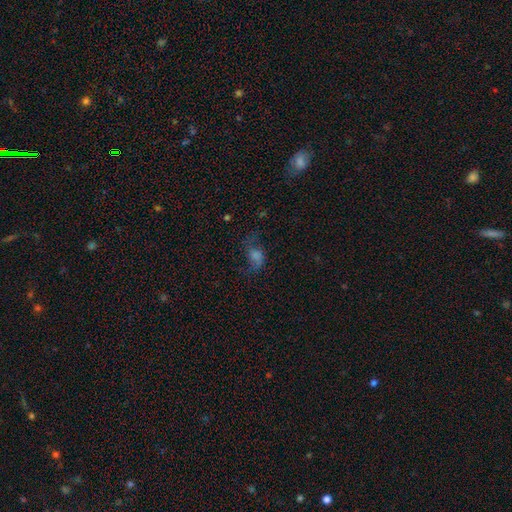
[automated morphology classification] Smooth or featured?
  - featured or disk: 38% * (tied)
  - smooth: 38% * (tied)
  - star or artifact: 24%
Merging?
  - none: 51% *
  - major disturbance: 25%
  - minor disturbance: 21%
  - merger: 3%